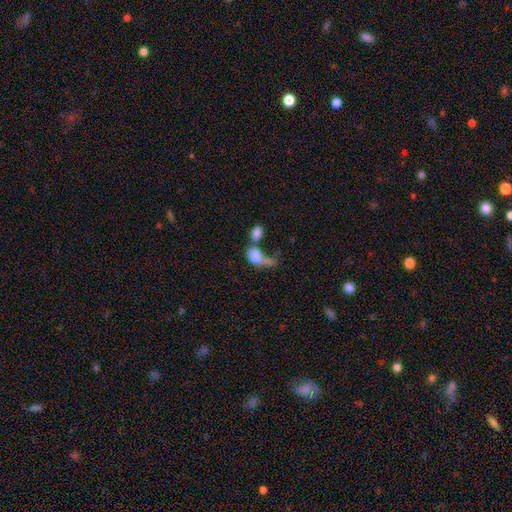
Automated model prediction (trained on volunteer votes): A smooth galaxy with no disk features (74%) that is in between round and cigar-shaped (77%). Merging: merger (59%).